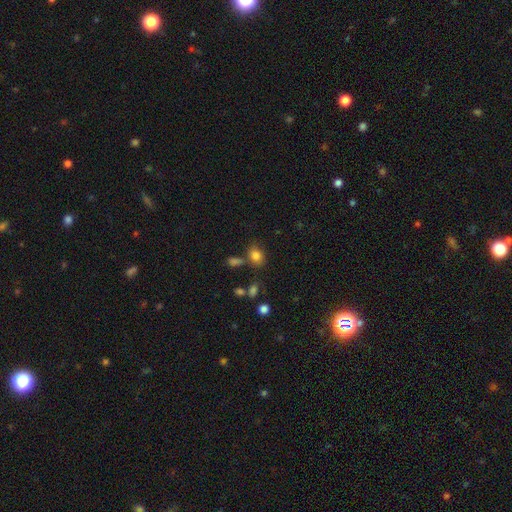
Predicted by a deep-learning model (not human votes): This is clearly a smooth galaxy (82%). How rounded: possibly in between (56%). Merging: likely none (67%).